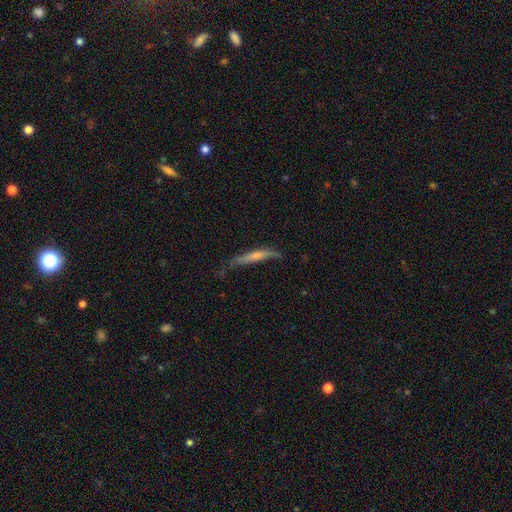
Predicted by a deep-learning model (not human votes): Morphology: type=smooth (54%); roundness=cigar-shaped (90%); merging=none (50%).